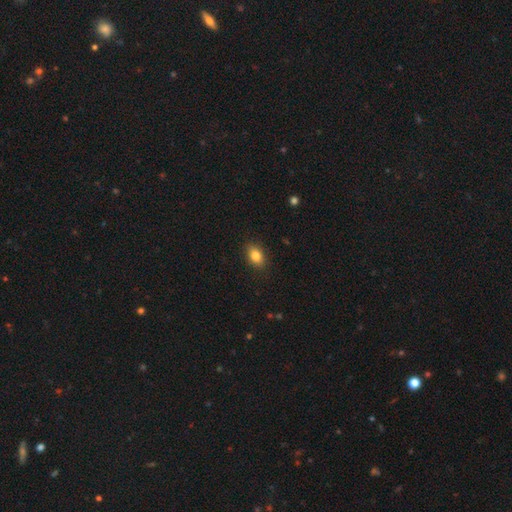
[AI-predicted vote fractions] Q: Smooth or featured?
A: smooth (83%); runner-up: star or artifact (9%)
Q: How rounded?
A: in between (80%); runner-up: round (17%)
Q: Merging?
A: none (87%); runner-up: minor disturbance (10%)